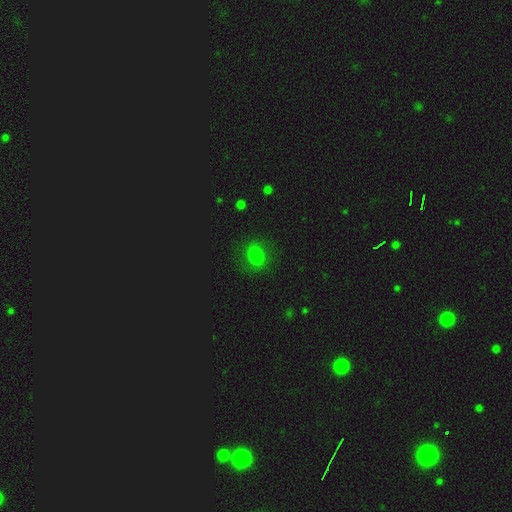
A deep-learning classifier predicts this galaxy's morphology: Overall: smooth (74%). How rounded: in between (57%; round 41%). Merging: none (80%).